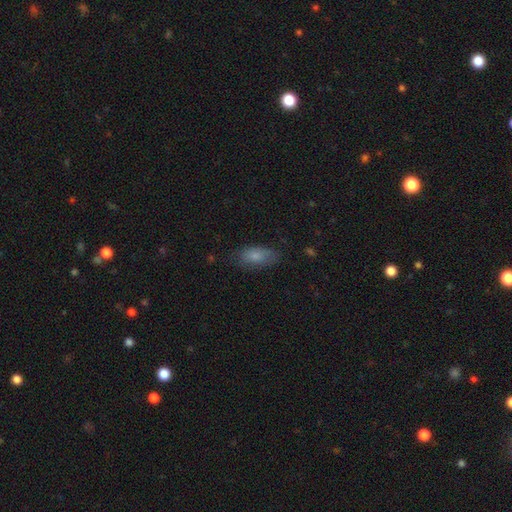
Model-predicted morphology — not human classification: A smooth galaxy with no disk features (82%) that is in between round and cigar-shaped (86%).

Vote fractions:
- Smooth or featured? smooth: 82% / featured or disk: 11% / star or artifact: 7%
- How rounded? in between: 86% / cigar-shaped: 11% / round: 3%
- Merging? none: 71% / minor disturbance: 22% / major disturbance: 6% / merger: 1%